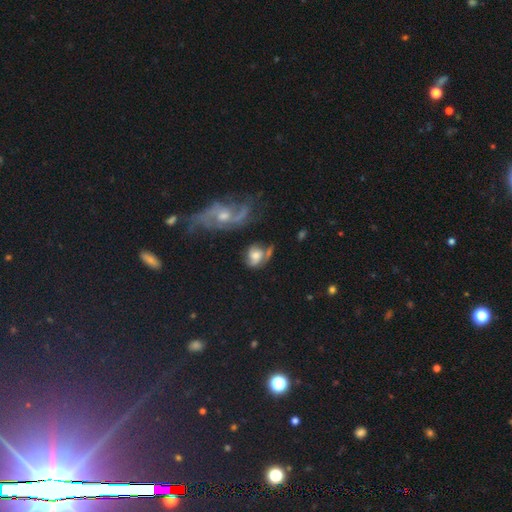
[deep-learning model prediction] The model was most divided on "smooth or featured": featured or disk: 50%, smooth: 40%, star or artifact: 11%. Remaining: merging — none (40%).